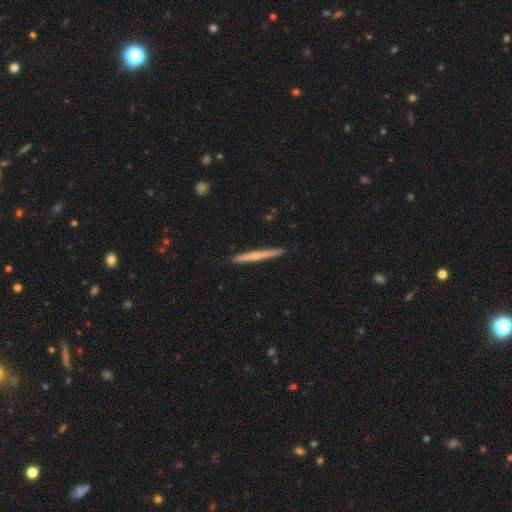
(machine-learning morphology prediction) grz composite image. It shows a featured or disk galaxy (50%). Merging: none (91%).